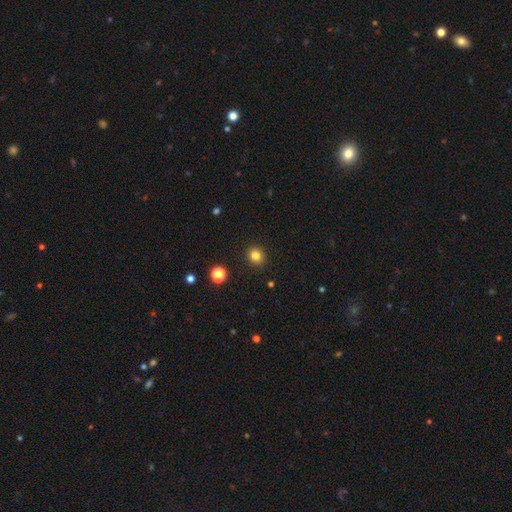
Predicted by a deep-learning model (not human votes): smooth 82%, star or artifact 13%, featured or disk 5%. Down the decision tree: how rounded — round (83%); merging — none (91%).